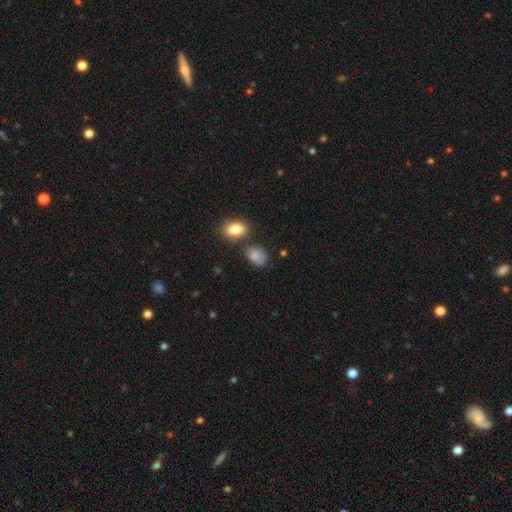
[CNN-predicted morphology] smooth 80%, star or artifact 10%, featured or disk 10%. Down the decision tree: how rounded — in between (73%); merging — none (59%).